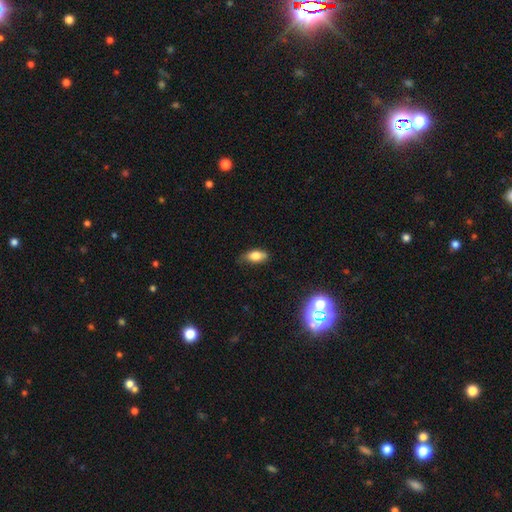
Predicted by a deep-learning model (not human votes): This is likely a smooth galaxy (80%). How rounded: clearly in between (86%). Merging: likely none (68%).